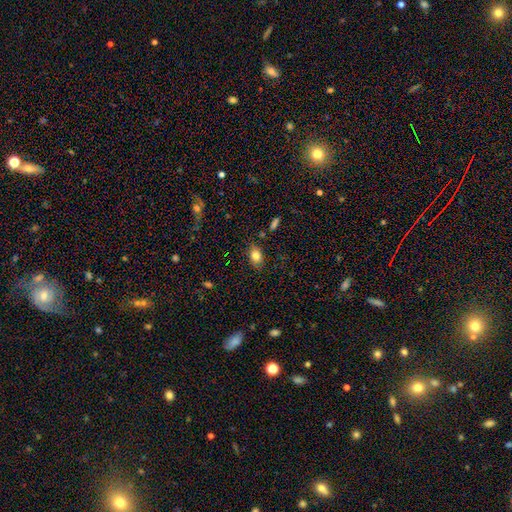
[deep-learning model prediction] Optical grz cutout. It shows a smooth galaxy with no disk features (81%) that is in between round and cigar-shaped (83%). Merging: none (83%).